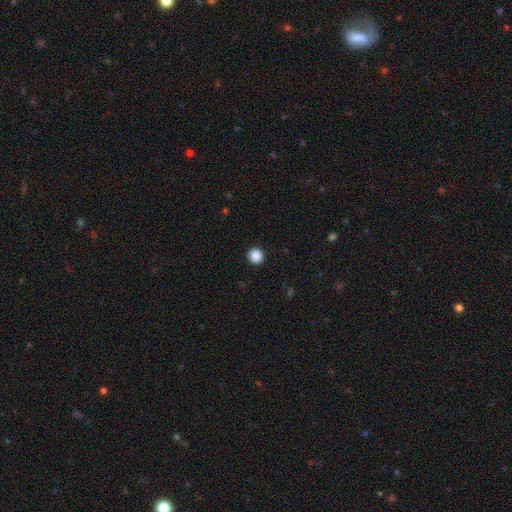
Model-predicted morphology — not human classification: Smooth or featured: smooth — 88% (star or artifact — 9%)
How rounded: round — 94% (in between — 5%)
Merging: none — 93% (minor disturbance — 4%)